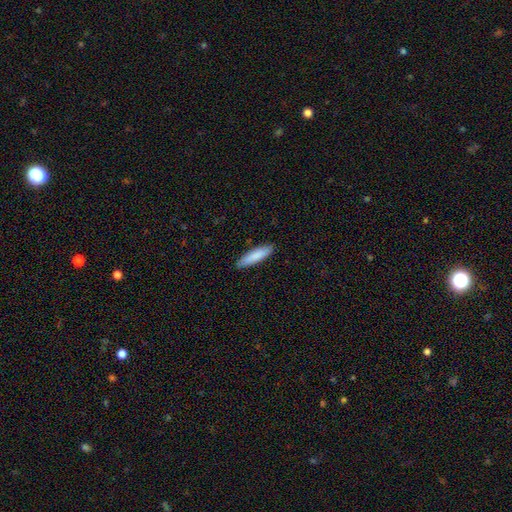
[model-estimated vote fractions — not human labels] The model was most divided on "how rounded": cigar-shaped: 75%, in between: 24%, round: 1%. More confident: merging — none (88%); smooth or featured — smooth (84%).